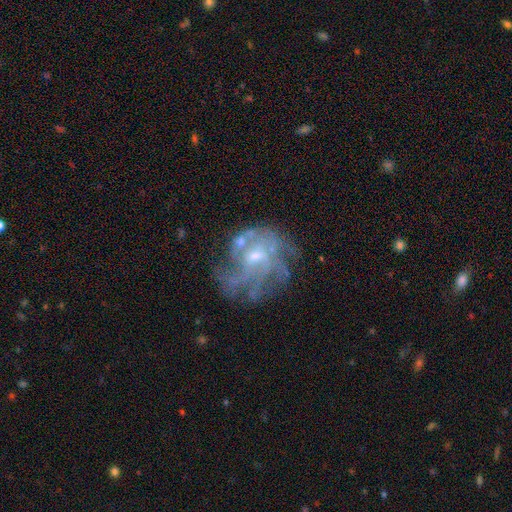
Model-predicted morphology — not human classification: This is likely a featured or disk galaxy (78%). It is clearly not viewed edge-on (98%). Bar: likely no (63%). Spiral arm pattern: likely yes (78%). Spiral arm count: marginally can't tell (43%). Spiral winding: marginally medium (39%, tied with tight). Central bulge: possibly small (59%). Merging: possibly none (56%).